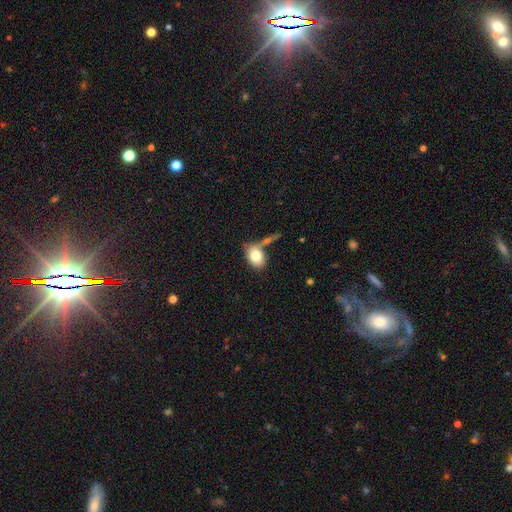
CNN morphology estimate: smooth_or_featured: smooth (p=0.78) [alt: featured or disk p=0.15]
how_rounded: in between (p=0.77) [alt: round p=0.22]
merging: none (p=0.46) [alt: merger p=0.26]